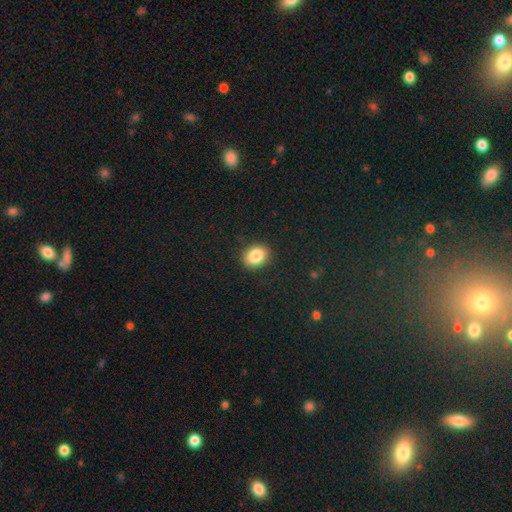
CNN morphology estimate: smooth_or_featured: smooth (p=0.85) [alt: star or artifact p=0.09]
how_rounded: round (p=0.52) [alt: in between p=0.47]
merging: none (p=0.89) [alt: minor disturbance p=0.08]